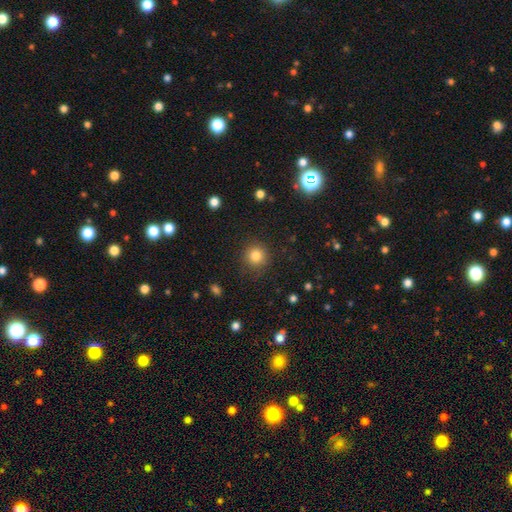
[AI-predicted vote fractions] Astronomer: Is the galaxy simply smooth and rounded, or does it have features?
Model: smooth — 83%.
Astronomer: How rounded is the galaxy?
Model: round — 92%.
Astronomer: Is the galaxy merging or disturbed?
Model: none — 87%.